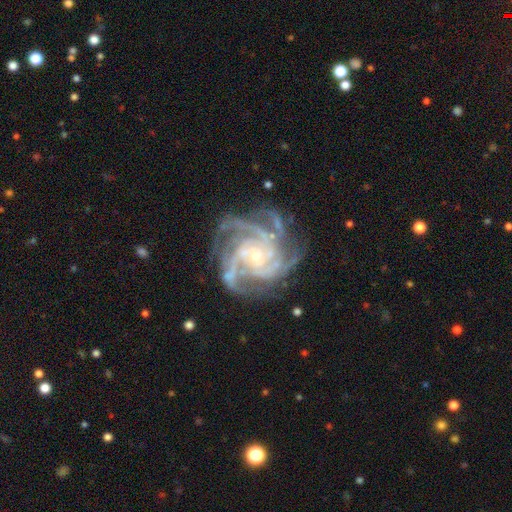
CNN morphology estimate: smooth_or_featured: featured or disk (p=0.91) [alt: star or artifact p=0.06]
disk_edge_on: no (p=0.98) [alt: yes p=0.02]
bar: no (p=0.66) [alt: weak p=0.25]
has_spiral_arms: yes (p=0.98) [alt: no p=0.02]
spiral_winding: tight (p=0.63) [alt: medium p=0.33]
spiral_arm_count: 4 (p=0.42) [alt: 3 p=0.21]
bulge_size: small (p=0.77) [alt: moderate p=0.19]
merging: none (p=0.71) [alt: minor disturbance p=0.17]